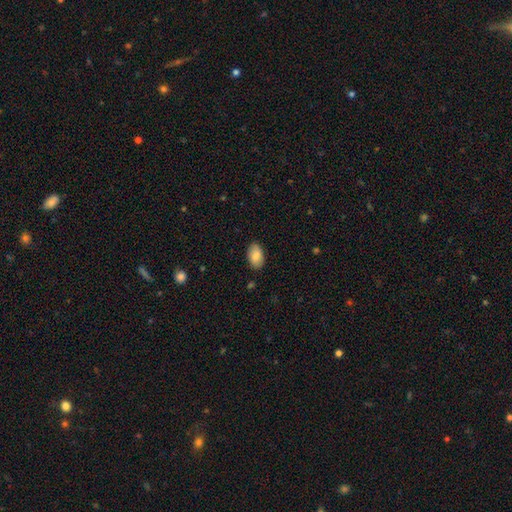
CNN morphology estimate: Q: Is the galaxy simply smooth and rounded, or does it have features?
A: smooth — 85%.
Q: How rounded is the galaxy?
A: in between — 94%.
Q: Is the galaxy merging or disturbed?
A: none — 87%.